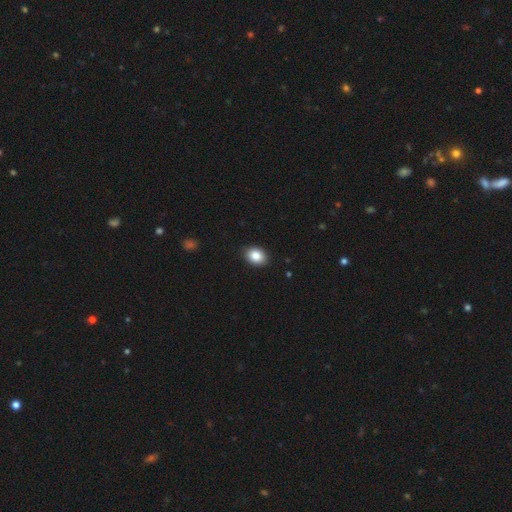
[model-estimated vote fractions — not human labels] A smooth galaxy with no disk features (86%) that is in between round and cigar-shaped (67%).

Vote fractions:
- Smooth or featured? smooth: 86% / star or artifact: 8% / featured or disk: 5%
- How rounded? in between: 67% / round: 32% / cigar-shaped: 1%
- Merging? none: 90% / minor disturbance: 7% / major disturbance: 2% / merger: 1%